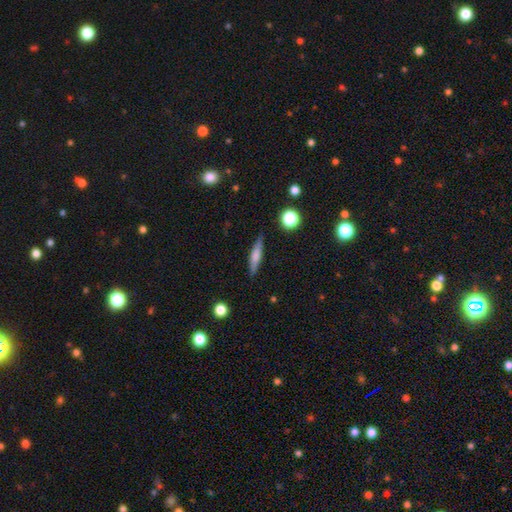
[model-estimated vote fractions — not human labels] Overall: smooth (56%; featured or disk 36%). How rounded: cigar-shaped (85%). Merging: none (88%).